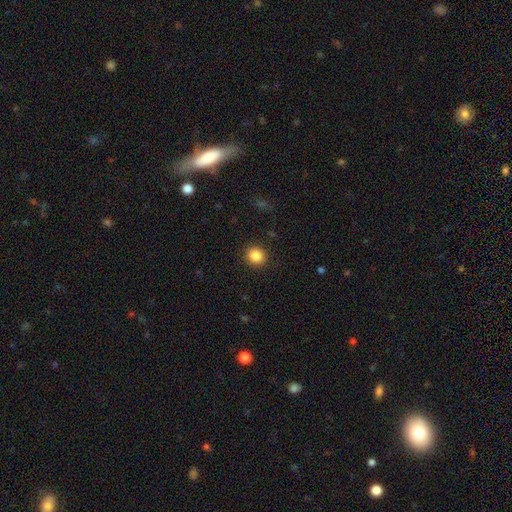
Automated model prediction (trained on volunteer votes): Q: Smooth or featured?
A: smooth (86%); runner-up: star or artifact (10%)
Q: How rounded?
A: round (88%); runner-up: in between (11%)
Q: Merging?
A: none (91%); runner-up: minor disturbance (6%)